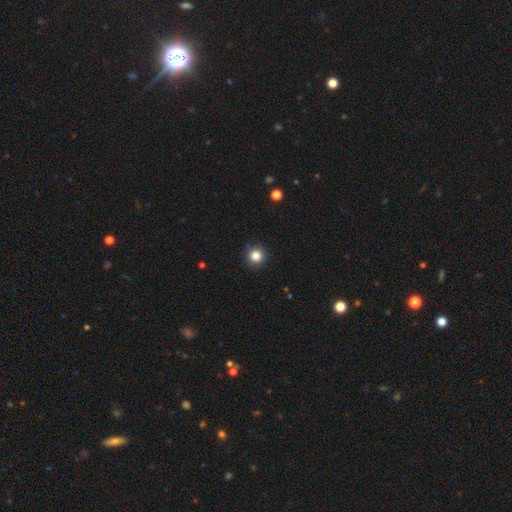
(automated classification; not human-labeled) Overall: smooth (84%). How rounded: round (95%). Merging: none (90%).